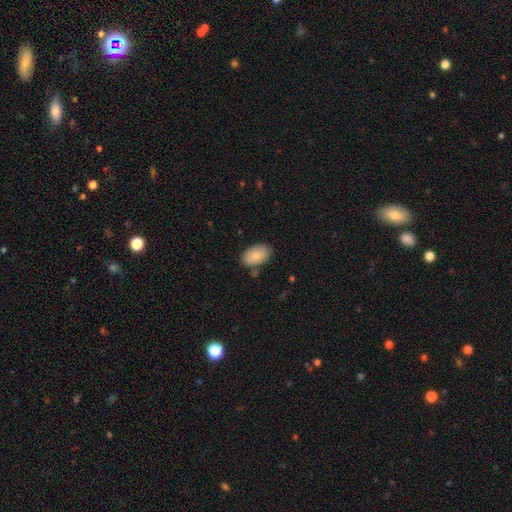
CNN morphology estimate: This is clearly a smooth galaxy (82%). How rounded: clearly in between (92%). Merging: likely none (80%).